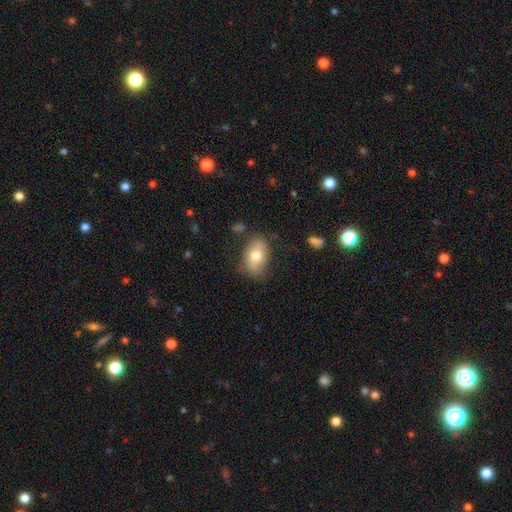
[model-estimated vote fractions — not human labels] The model was most divided on "smooth or featured": smooth: 68%, featured or disk: 25%, star or artifact: 7%. More confident: how rounded — in between (88%); merging — none (73%).